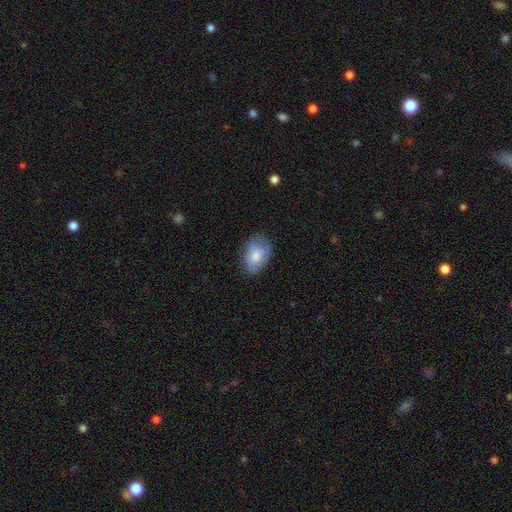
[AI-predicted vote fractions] Smooth or featured? Predicted: smooth (p=0.73). How rounded? Predicted: in between (p=0.85). Merging? Predicted: none (p=0.70).